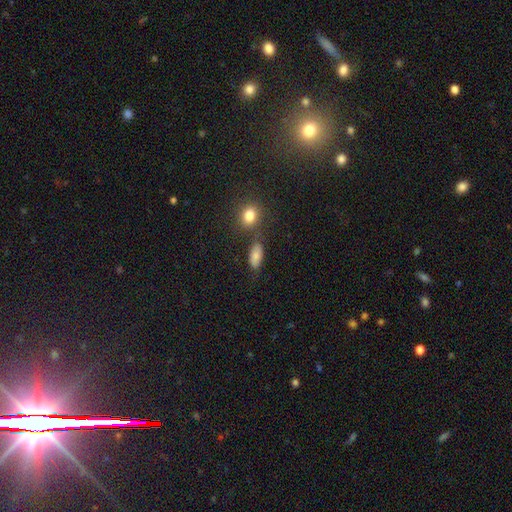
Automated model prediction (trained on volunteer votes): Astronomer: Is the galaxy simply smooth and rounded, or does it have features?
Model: smooth — 78%.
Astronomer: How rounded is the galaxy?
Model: in between — 84%.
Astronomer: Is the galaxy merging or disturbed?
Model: none — 69%.